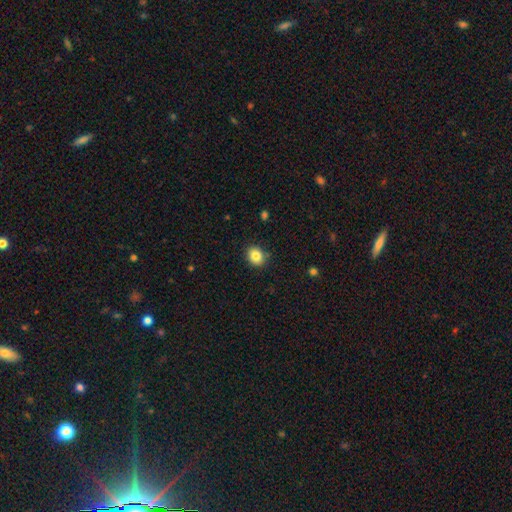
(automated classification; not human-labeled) smooth 85%, star or artifact 10%, featured or disk 6%. Down the decision tree: how rounded — round (58%); merging — none (88%).